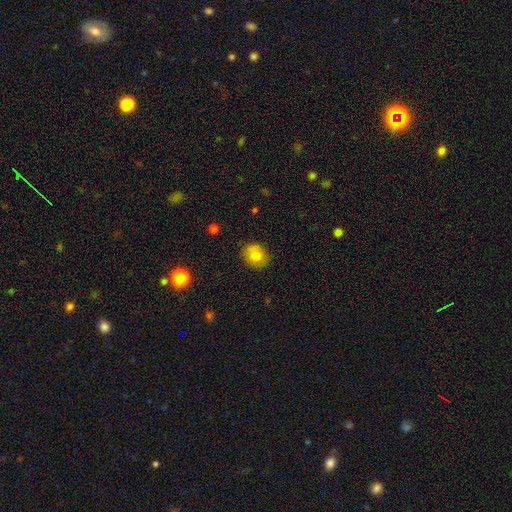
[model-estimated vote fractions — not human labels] The model was most divided on "how rounded": round: 67%, in between: 32%, cigar-shaped: 1%. More confident: merging — none (85%); smooth or featured — smooth (77%).